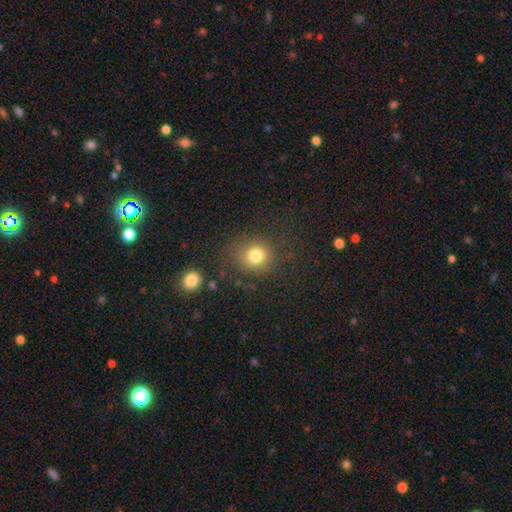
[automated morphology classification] Smooth or featured? smooth (80%)
How rounded? round (81%)
Merging? none (80%)